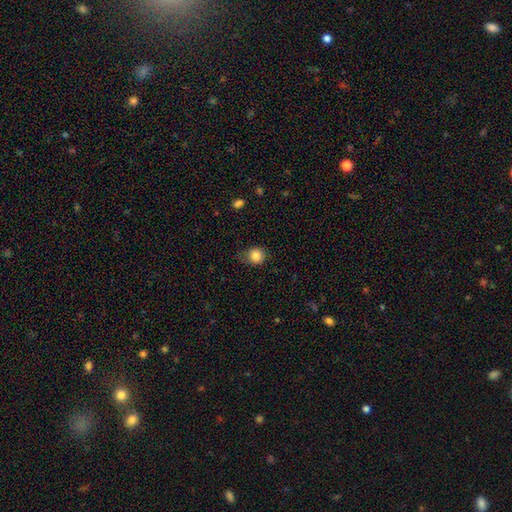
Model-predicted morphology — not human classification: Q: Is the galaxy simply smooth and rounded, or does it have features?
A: smooth — 84%.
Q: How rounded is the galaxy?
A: round — 80%.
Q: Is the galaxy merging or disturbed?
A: none — 69%.